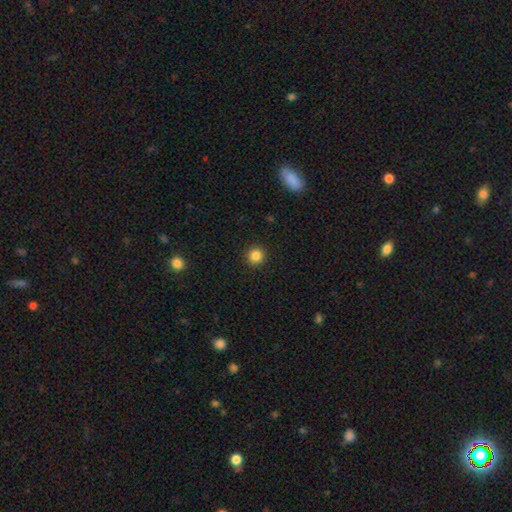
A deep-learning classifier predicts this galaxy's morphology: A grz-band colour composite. It shows a smooth galaxy with no disk features (85%) that is round (95%). Merging: none (93%).